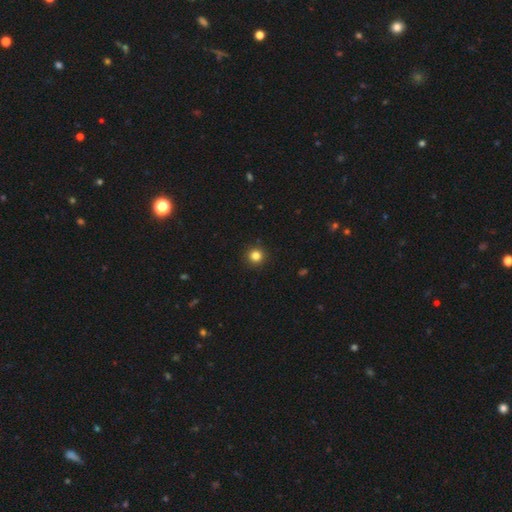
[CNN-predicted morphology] Smooth or featured?
  - smooth: 83% *
  - star or artifact: 12%
  - featured or disk: 4%
How rounded?
  - round: 95% *
  - in between: 4%
  - cigar-shaped: 1%
Merging?
  - none: 93% *
  - minor disturbance: 5%
  - major disturbance: 2%
  - merger: 1%